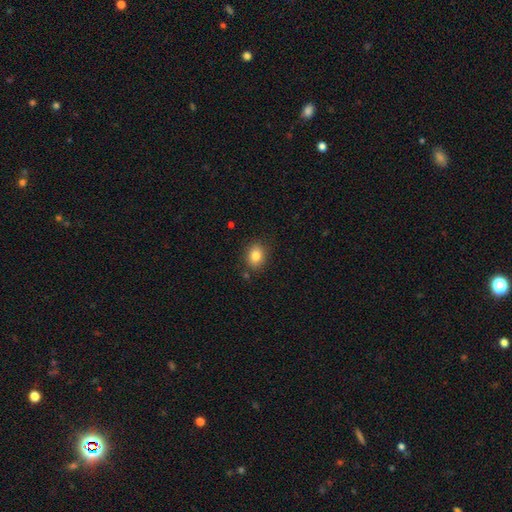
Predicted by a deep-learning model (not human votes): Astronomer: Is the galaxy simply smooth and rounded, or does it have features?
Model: smooth — 82%.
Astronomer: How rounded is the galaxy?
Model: in between — 56% (runner-up: round, 43%).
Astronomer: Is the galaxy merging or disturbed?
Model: none — 85%.